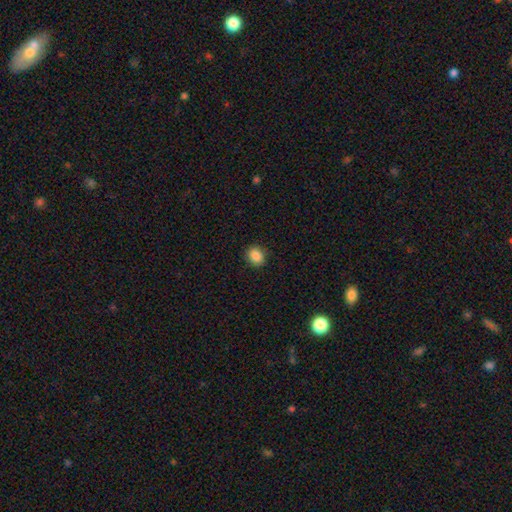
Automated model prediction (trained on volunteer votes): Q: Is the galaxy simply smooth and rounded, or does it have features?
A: smooth — 88%.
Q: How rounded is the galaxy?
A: round — 66%.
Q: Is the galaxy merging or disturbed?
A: none — 89%.